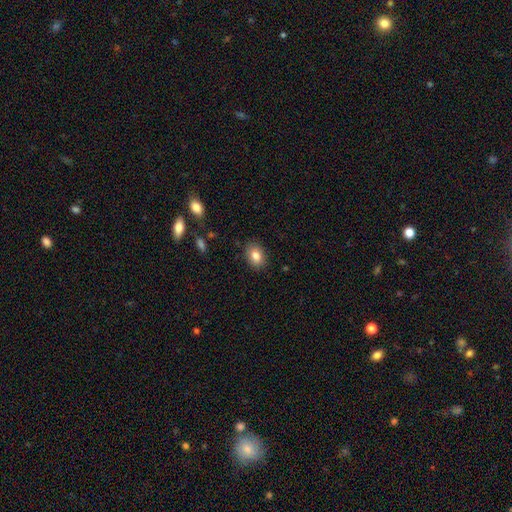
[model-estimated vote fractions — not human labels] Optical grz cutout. It shows a smooth galaxy with no disk features (83%) that is in between round and cigar-shaped (70%). Merging: none (88%).